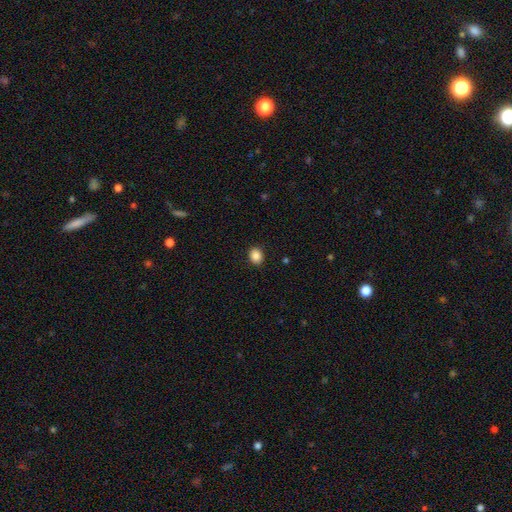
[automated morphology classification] Q: Smooth or featured?
A: smooth (87%); runner-up: star or artifact (9%)
Q: How rounded?
A: round (55%); runner-up: in between (44%)
Q: Merging?
A: none (91%); runner-up: minor disturbance (7%)